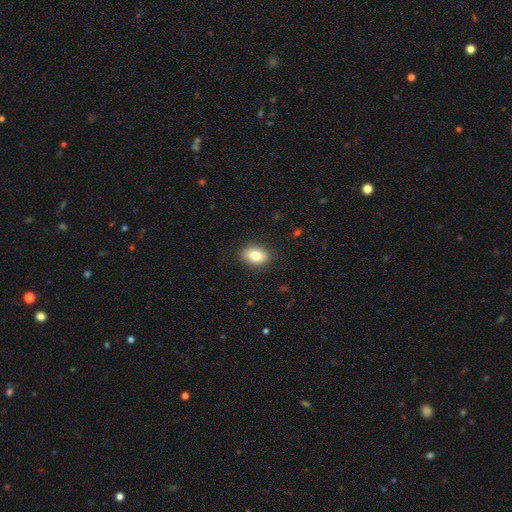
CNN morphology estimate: Overall: smooth (79%). How rounded: in between (76%). Merging: none (86%).